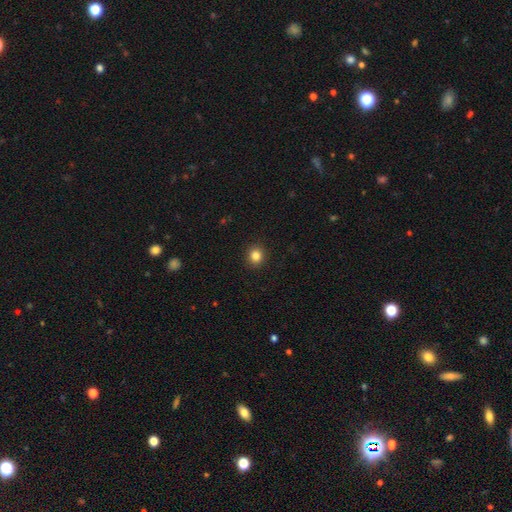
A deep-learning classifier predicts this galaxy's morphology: Smooth or featured? smooth (83%)
How rounded? round (86%)
Merging? none (92%)